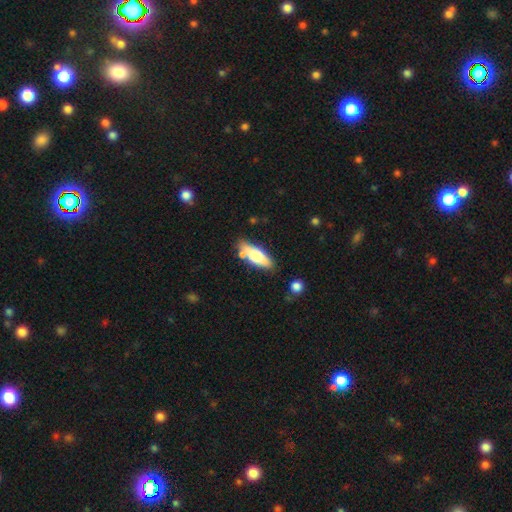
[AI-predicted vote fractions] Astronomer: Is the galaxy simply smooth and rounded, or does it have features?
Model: smooth — 62%.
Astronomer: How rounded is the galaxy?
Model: in between — 59% (runner-up: cigar-shaped, 39%).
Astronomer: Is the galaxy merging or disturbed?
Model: none — 75%.